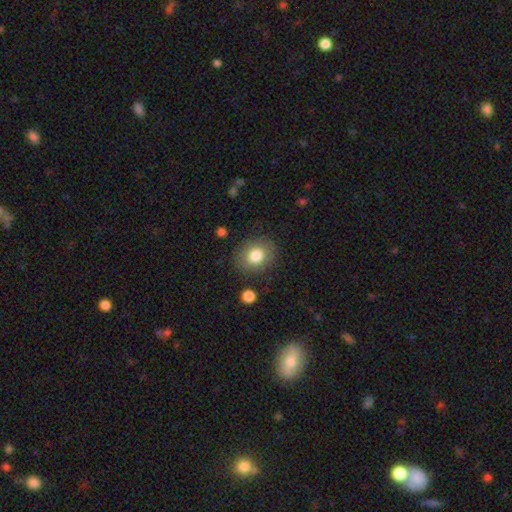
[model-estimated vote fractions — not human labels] Q: Smooth or featured?
A: smooth (81%); runner-up: featured or disk (10%)
Q: How rounded?
A: round (61%); runner-up: in between (38%)
Q: Merging?
A: none (83%); runner-up: minor disturbance (11%)